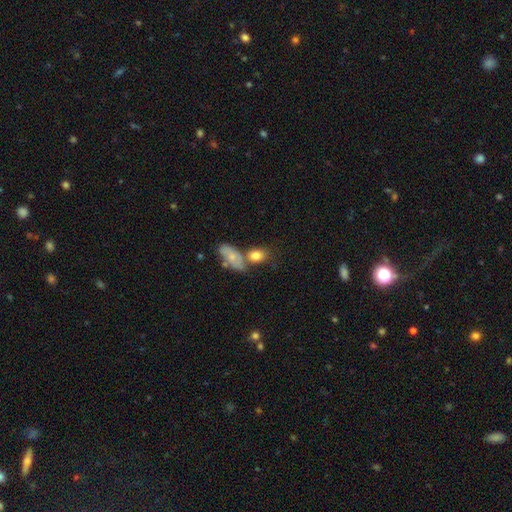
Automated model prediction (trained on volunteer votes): Overall: smooth (78%). How rounded: in between (61%; round 36%). Merging: none (50%; merger 29%).